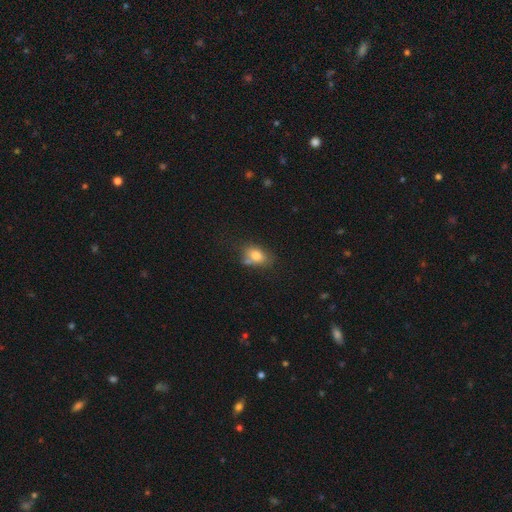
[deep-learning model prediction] Smooth or featured?
  - smooth: 78% *
  - featured or disk: 12%
  - star or artifact: 10%
How rounded?
  - in between: 75% *
  - round: 23%
  - cigar-shaped: 2%
Merging?
  - none: 53% *
  - minor disturbance: 27%
  - merger: 12%
  - major disturbance: 9%